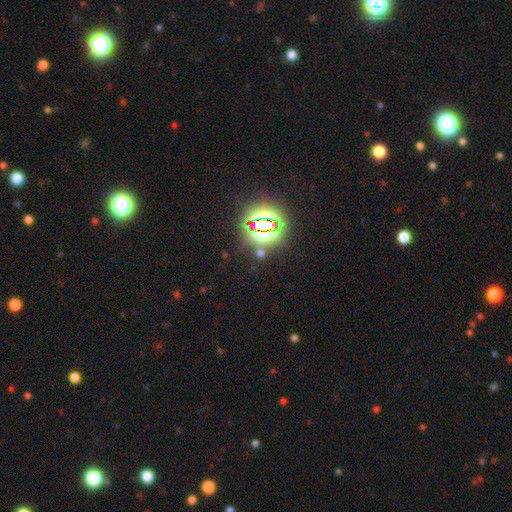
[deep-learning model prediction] Smooth or featured? star or artifact (83%)